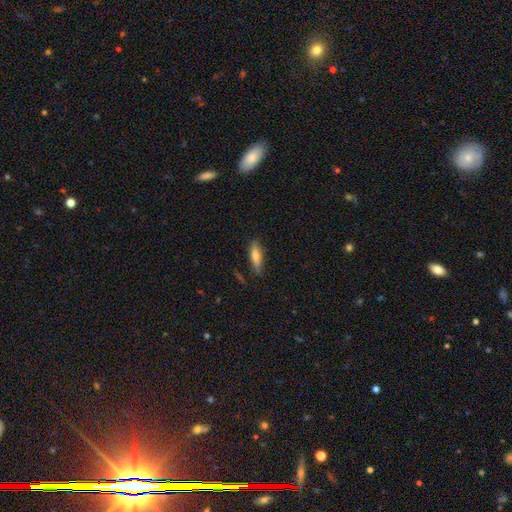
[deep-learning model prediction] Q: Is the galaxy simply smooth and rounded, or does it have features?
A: smooth — 67%.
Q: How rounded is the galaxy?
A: cigar-shaped — 58%.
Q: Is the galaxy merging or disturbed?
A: none — 81%.